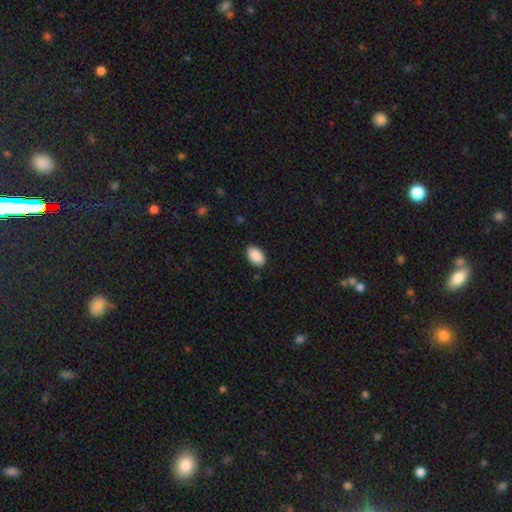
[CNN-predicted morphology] Smooth or featured? smooth (91%)
How rounded? in between (92%)
Merging? none (87%)